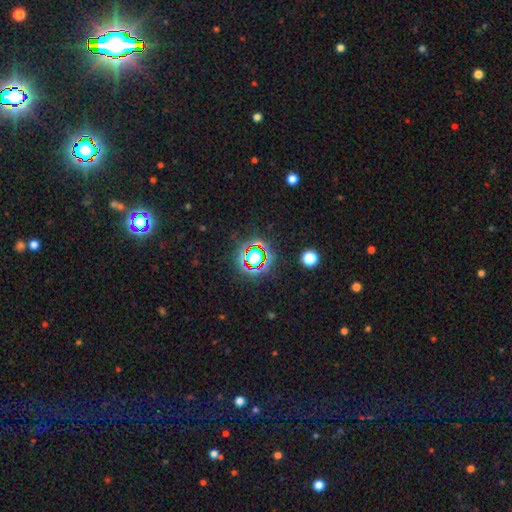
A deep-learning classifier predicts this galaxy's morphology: The model was most divided on "smooth or featured": star or artifact: 69%, smooth: 20%, featured or disk: 11%.